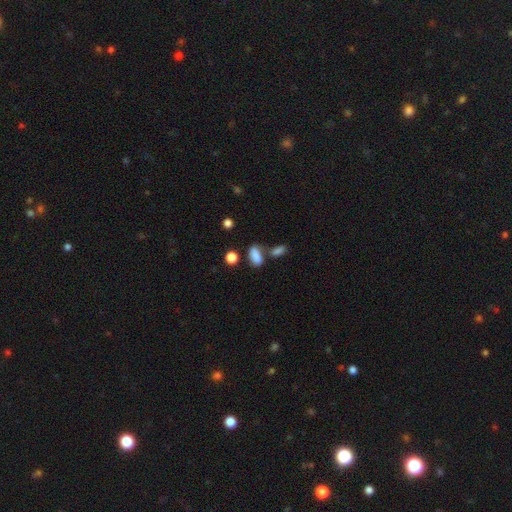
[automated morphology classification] smooth_or_featured: smooth (p=0.83) [alt: star or artifact p=0.10]
how_rounded: in between (p=0.84) [alt: cigar-shaped p=0.08]
merging: none (p=0.54) [alt: merger p=0.23]